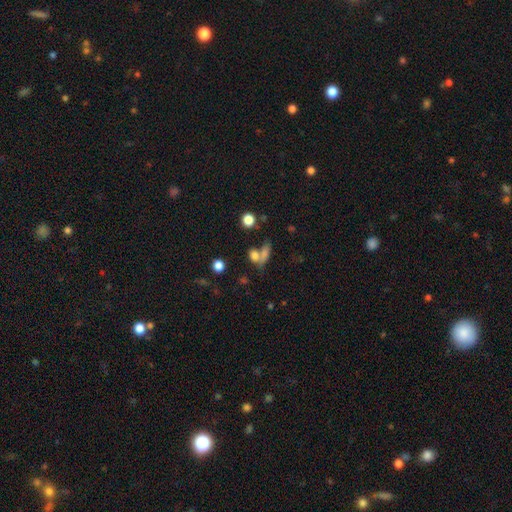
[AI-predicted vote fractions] Morphology: type=smooth (74%); roundness=in between (57%); merging=none (43%).